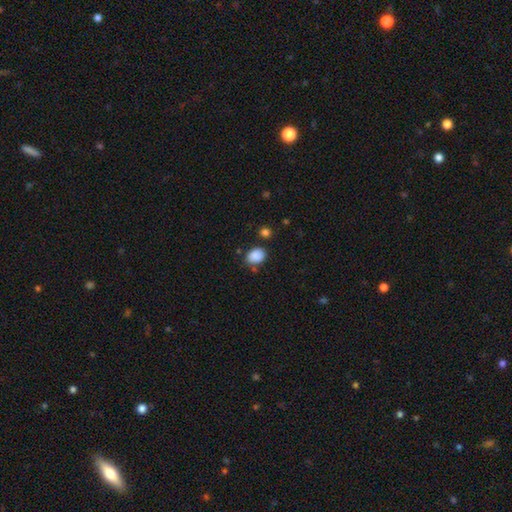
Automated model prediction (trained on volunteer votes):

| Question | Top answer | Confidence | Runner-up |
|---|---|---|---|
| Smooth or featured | smooth | 88% | star or artifact (8%) |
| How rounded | in between | 68% | round (31%) |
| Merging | none | 71% | minor disturbance (18%) |